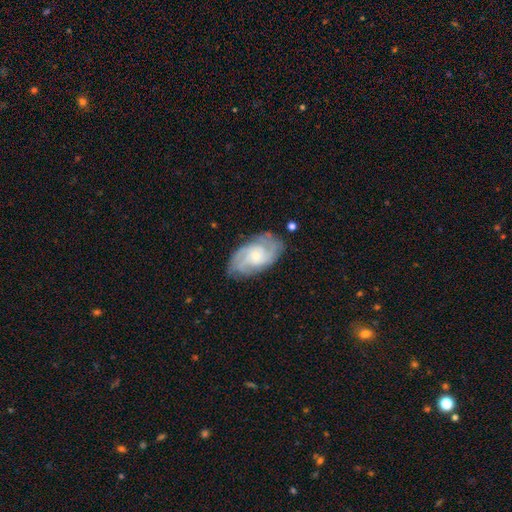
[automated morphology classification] Smooth or featured?
  - featured or disk: 79% *
  - smooth: 15%
  - star or artifact: 6%
Edge-on disk?
  - no: 96% *
  - yes: 4%
Bar?
  - no: 67% *
  - weak: 28%
  - strong: 5%
Spiral arms?
  - yes: 95% *
  - no: 5%
Spiral winding?
  - tight: 57% *
  - medium: 35%
  - loose: 8%
Spiral arm count?
  - 2: 29% *
  - can't tell: 27%
  - 3: 24%
  - 4: 11%
  - more than 4: 5%
  - 1: 4%
Bulge size?
  - small: 63% *
  - moderate: 30%
  - none: 4%
  - large: 2%
  - dominant: 1%
Merging?
  - none: 77% *
  - minor disturbance: 17%
  - major disturbance: 5%
  - merger: 1%